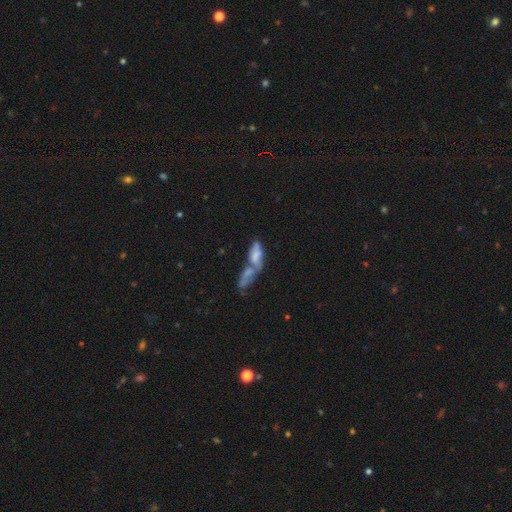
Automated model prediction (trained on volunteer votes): Morphology: type=smooth (56%); roundness=in between (74%); merging=merger (74%).